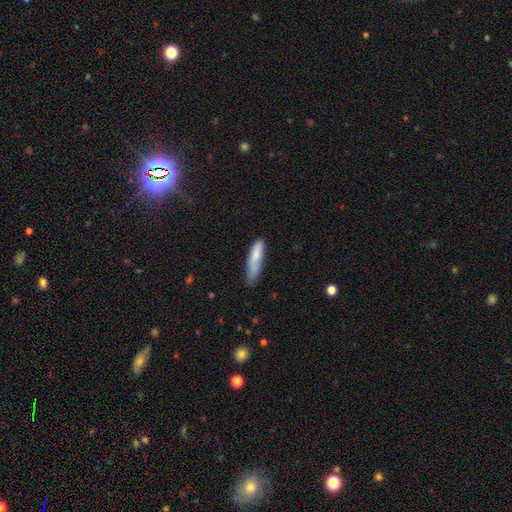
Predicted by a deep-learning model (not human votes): The model was most divided on "merging": none: 50%, minor disturbance: 36%, major disturbance: 10%, merger: 4%. More confident: smooth or featured — smooth (80%); how rounded — cigar-shaped (71%).